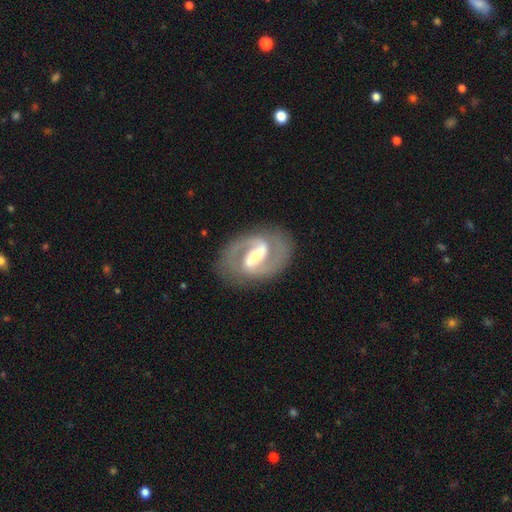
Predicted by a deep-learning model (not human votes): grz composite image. It shows a featured or disk galaxy (90%) with a strong bar (63%), 2 (92%) medium (57%) spiral arms (96%) and a moderate central bulge (53%). Merging: none (82%).